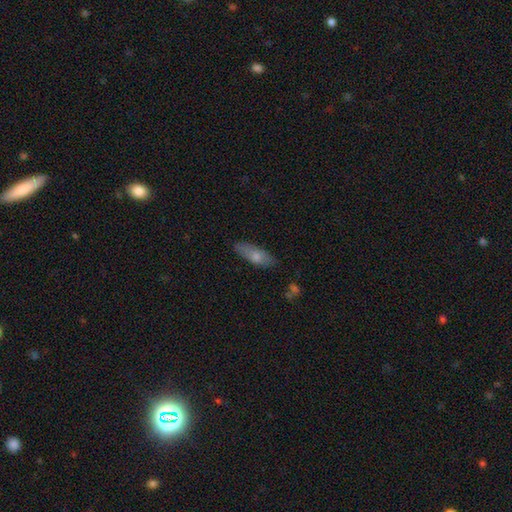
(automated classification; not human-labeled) Morphology: type=smooth (73%); roundness=in between (63%); merging=none (77%).